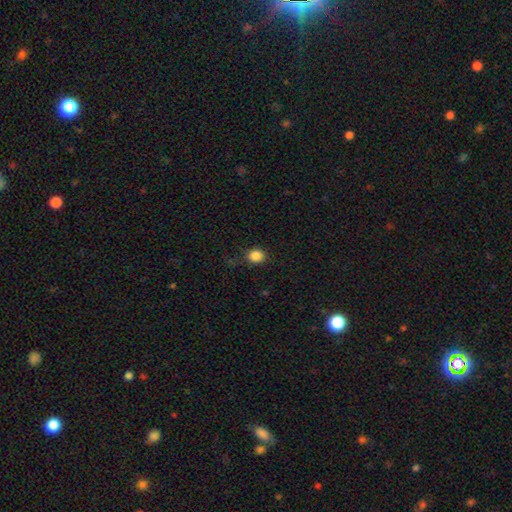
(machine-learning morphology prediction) A smooth galaxy with no disk features (85%) that is round (77%). Merging: none (80%).